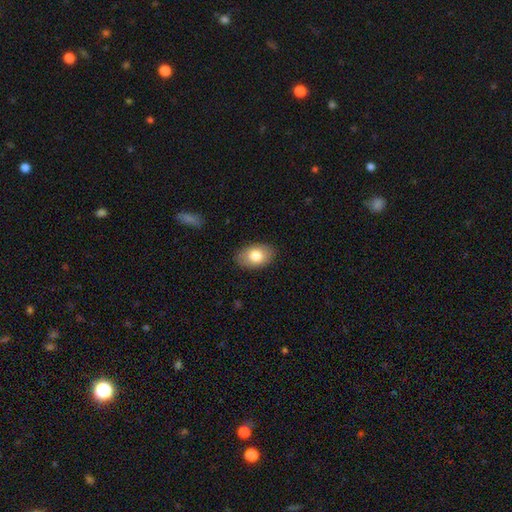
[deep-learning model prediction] Smooth or featured: smooth — 78% (featured or disk — 15%)
How rounded: in between — 89% (round — 10%)
Merging: none — 87% (minor disturbance — 10%)